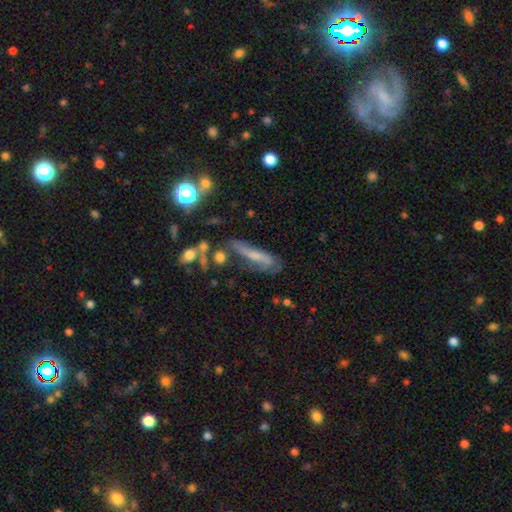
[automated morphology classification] A featured or disk galaxy (45%).

Vote fractions:
- Smooth or featured? featured or disk: 45% / smooth: 43% / star or artifact: 12%
- Merging? none: 45% / minor disturbance: 26% / major disturbance: 18% / merger: 11%